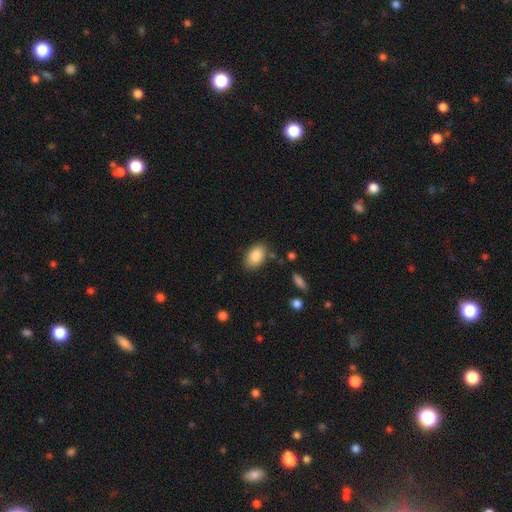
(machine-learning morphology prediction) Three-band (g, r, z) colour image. It shows a smooth galaxy with no disk features (87%) that is in between round and cigar-shaped (89%). Merging: none (80%).